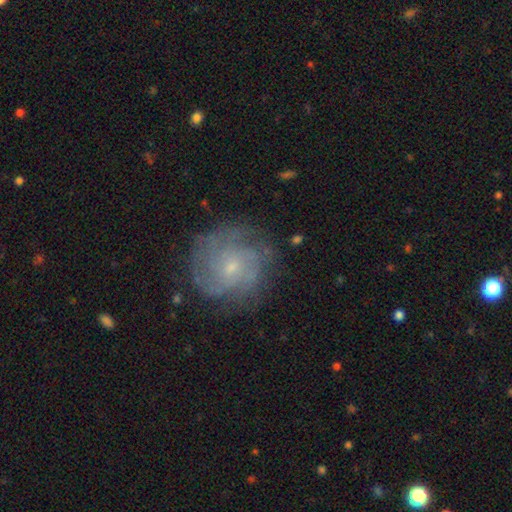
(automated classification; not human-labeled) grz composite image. It shows a featured or disk galaxy (72%) with no bar (72%), tight (62%) spiral arms (92%) and a small central bulge (70%). Merging: none (79%).